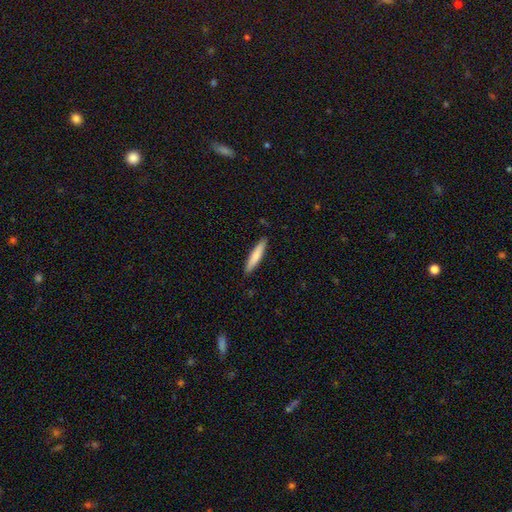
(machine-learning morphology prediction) type=smooth (76%); roundness=cigar-shaped (90%); merging=none (89%).